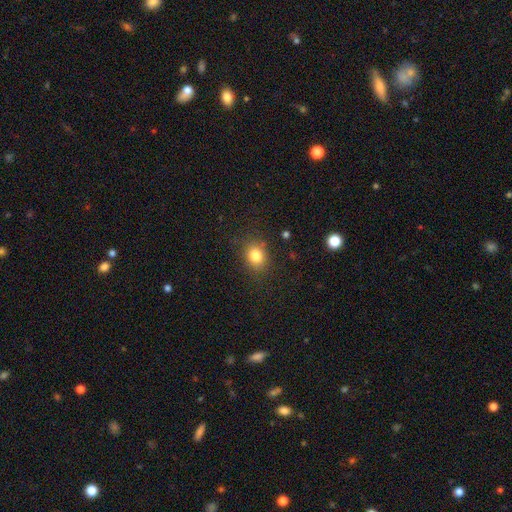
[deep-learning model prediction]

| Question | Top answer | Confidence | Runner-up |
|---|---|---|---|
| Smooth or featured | smooth | 82% | star or artifact (12%) |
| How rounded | round | 57% | in between (42%) |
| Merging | none | 83% | minor disturbance (11%) |